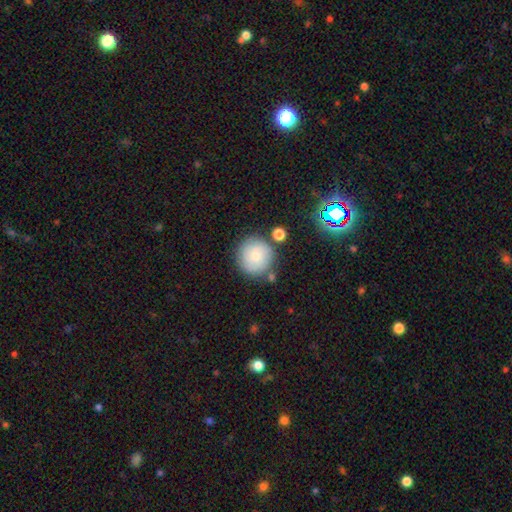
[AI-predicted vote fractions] Smooth or featured? Predicted: smooth (p=0.75). How rounded? Predicted: round (p=0.94). Merging? Predicted: none (p=0.76).